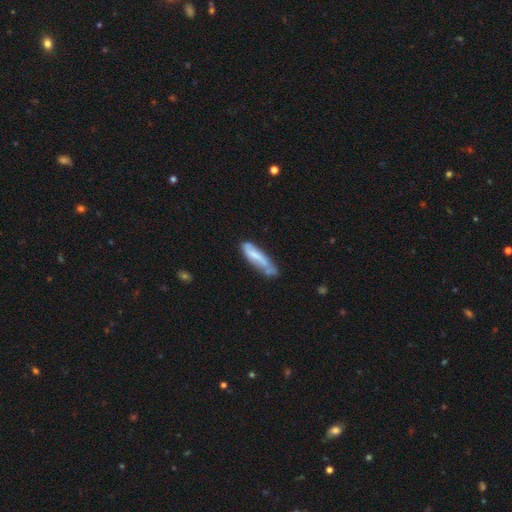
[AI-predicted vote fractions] A smooth galaxy with no disk features (57%) that is cigar-shaped (69%). Merging: none (43%).